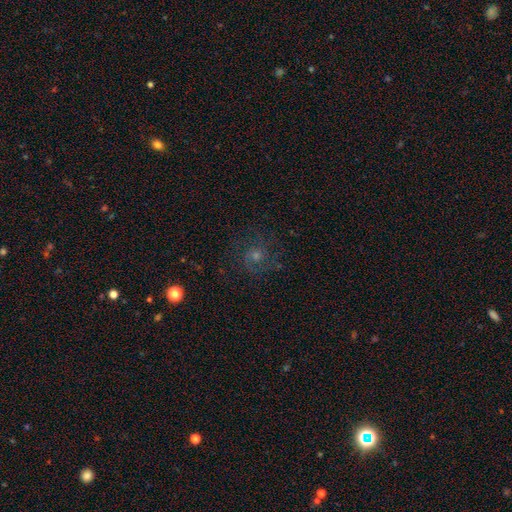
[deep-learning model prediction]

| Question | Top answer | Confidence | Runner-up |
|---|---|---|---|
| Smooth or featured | featured or disk | 61% | smooth (22%) |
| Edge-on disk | no | 97% | yes (3%) |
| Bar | no | 75% | weak (22%) |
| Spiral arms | yes | 91% | no (9%) |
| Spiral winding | medium | 48% | tight (36%) |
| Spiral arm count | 2 | 50% | can't tell (21%) |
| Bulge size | moderate | 52% | small (37%) |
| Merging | none | 73% | minor disturbance (14%) |